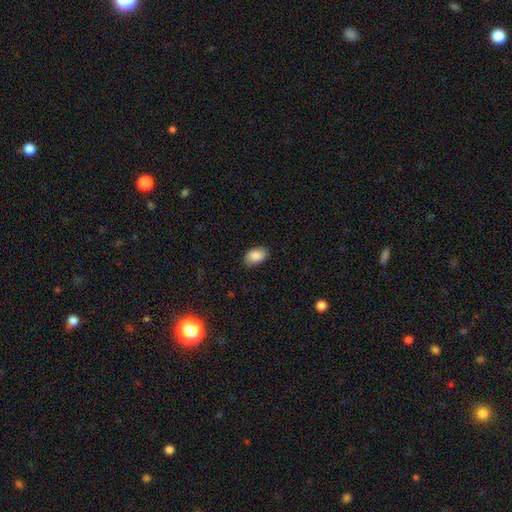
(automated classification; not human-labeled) This appears to be a smooth galaxy with no disk features (87%) that is in between round and cigar-shaped (90%). Merging: none (84%).